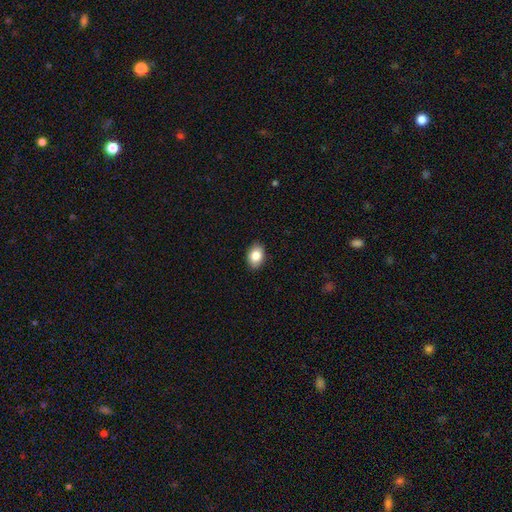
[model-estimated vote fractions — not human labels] Q: Smooth or featured?
A: smooth (85%); runner-up: star or artifact (8%)
Q: How rounded?
A: in between (81%); runner-up: round (18%)
Q: Merging?
A: none (88%); runner-up: minor disturbance (9%)